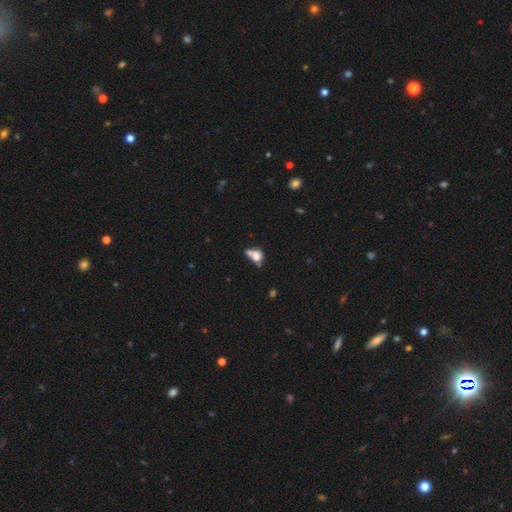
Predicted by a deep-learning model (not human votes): Smooth or featured: smooth — 72% (featured or disk — 16%)
How rounded: in between — 49% (round — 48%)
Merging: merger — 51% (none — 27%)